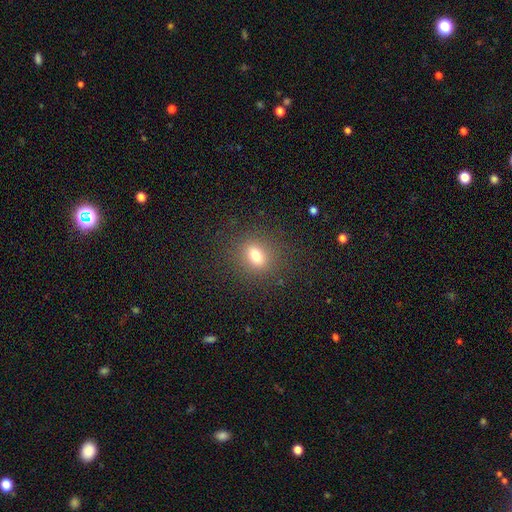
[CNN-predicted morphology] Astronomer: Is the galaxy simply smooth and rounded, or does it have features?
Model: smooth — 75%.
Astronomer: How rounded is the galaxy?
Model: round — 49%, tied with in between at 49%.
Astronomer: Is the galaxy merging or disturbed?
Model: none — 88%.